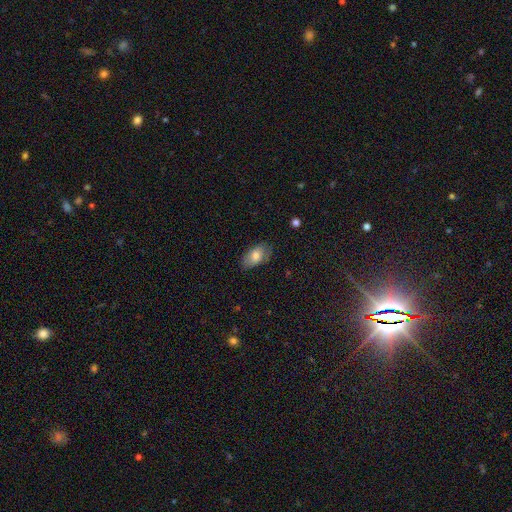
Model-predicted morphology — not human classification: Q: Smooth or featured?
A: smooth (75%); runner-up: featured or disk (18%)
Q: How rounded?
A: in between (92%); runner-up: round (5%)
Q: Merging?
A: none (76%); runner-up: minor disturbance (19%)